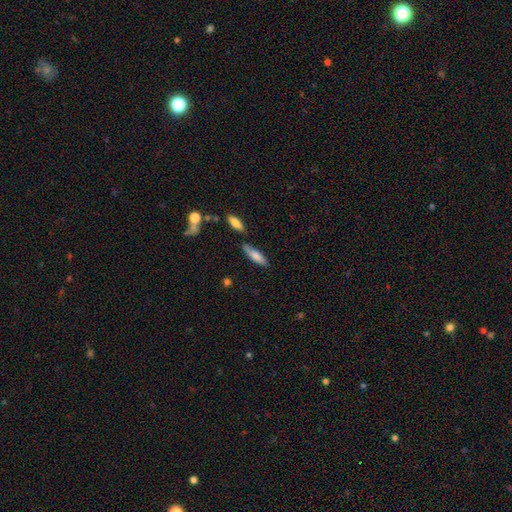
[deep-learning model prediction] smooth_or_featured: smooth (p=0.78) [alt: featured or disk p=0.16]
how_rounded: cigar-shaped (p=0.54) [alt: in between p=0.44]
merging: none (p=0.60) [alt: minor disturbance p=0.21]